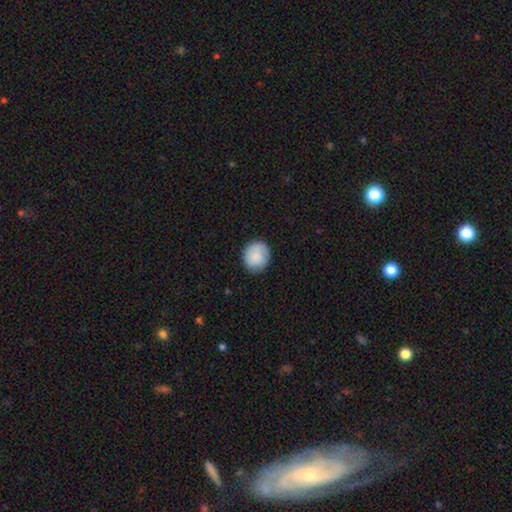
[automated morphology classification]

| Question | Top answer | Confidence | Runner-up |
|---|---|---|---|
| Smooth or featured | smooth | 85% | featured or disk (9%) |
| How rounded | round | 82% | in between (18%) |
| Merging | none | 84% | minor disturbance (12%) |